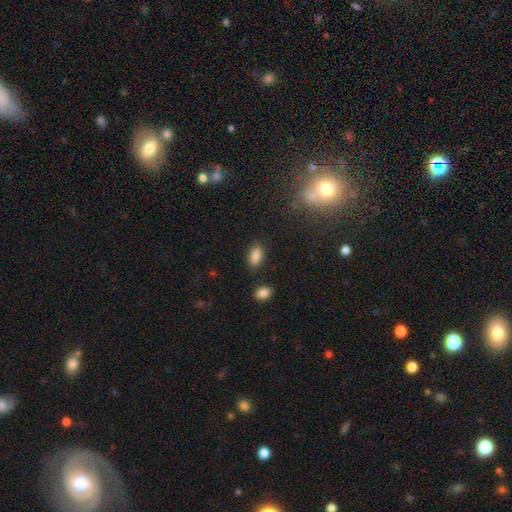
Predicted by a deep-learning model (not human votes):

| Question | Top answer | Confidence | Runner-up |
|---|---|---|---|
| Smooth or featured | smooth | 86% | star or artifact (9%) |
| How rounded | in between | 90% | round (6%) |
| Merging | none | 80% | minor disturbance (14%) |